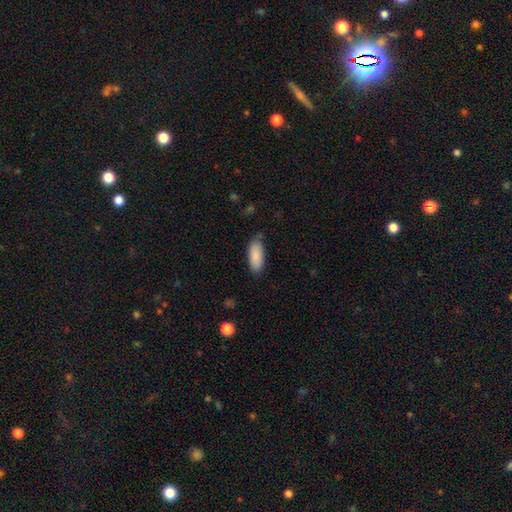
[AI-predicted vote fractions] smooth 88%, featured or disk 6%, star or artifact 6%. Down the decision tree: how rounded — in between (83%); merging — none (72%).